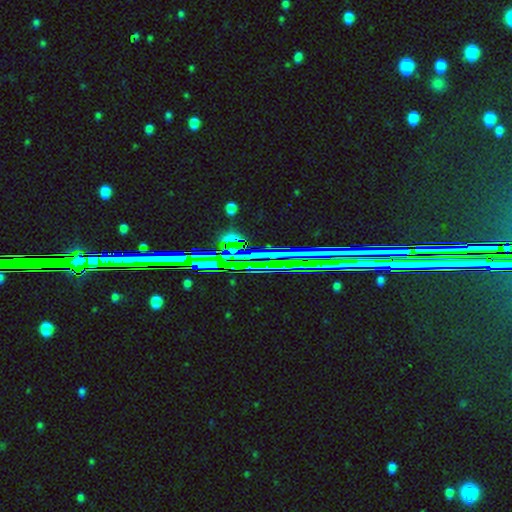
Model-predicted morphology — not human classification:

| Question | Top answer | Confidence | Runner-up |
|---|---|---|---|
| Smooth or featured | star or artifact | 75% | featured or disk (16%) |